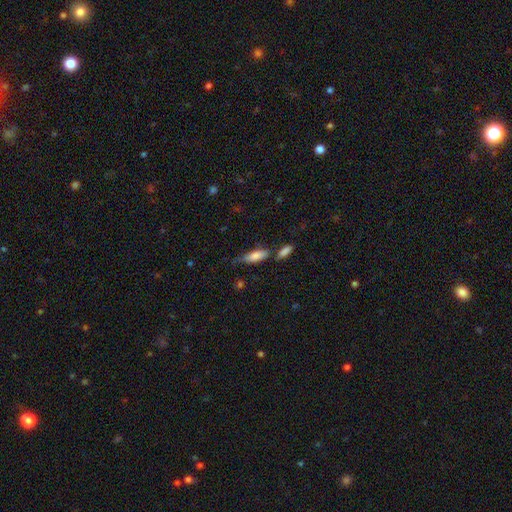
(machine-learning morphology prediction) A smooth galaxy with no disk features (77%) that is in between round and cigar-shaped (65%).

Vote fractions:
- Smooth or featured? smooth: 77% / featured or disk: 16% / star or artifact: 7%
- How rounded? in between: 65% / cigar-shaped: 32% / round: 2%
- Merging? none: 46% / minor disturbance: 26% / merger: 18% / major disturbance: 9%